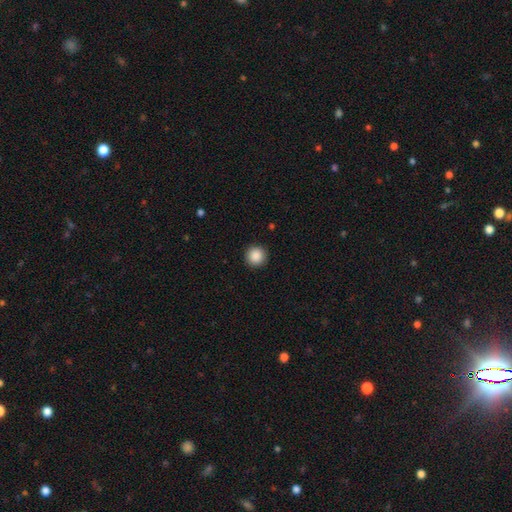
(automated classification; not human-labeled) Smooth or featured?
  - smooth: 89% *
  - star or artifact: 9%
  - featured or disk: 3%
How rounded?
  - round: 95% *
  - in between: 4%
  - cigar-shaped: 1%
Merging?
  - none: 92% *
  - minor disturbance: 5%
  - major disturbance: 2%
  - merger: 1%